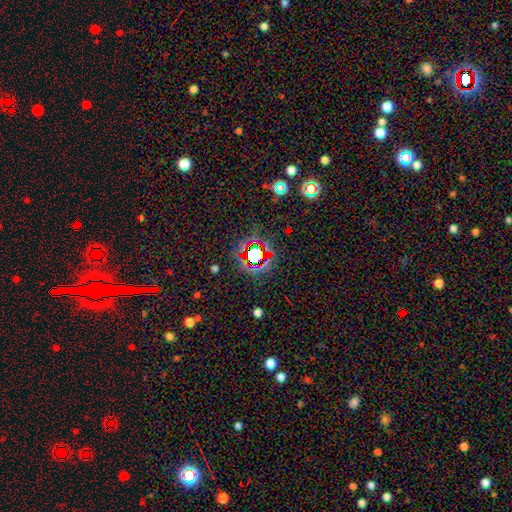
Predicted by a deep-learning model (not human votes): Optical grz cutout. It shows a star or artifact, not a galaxy (69%).